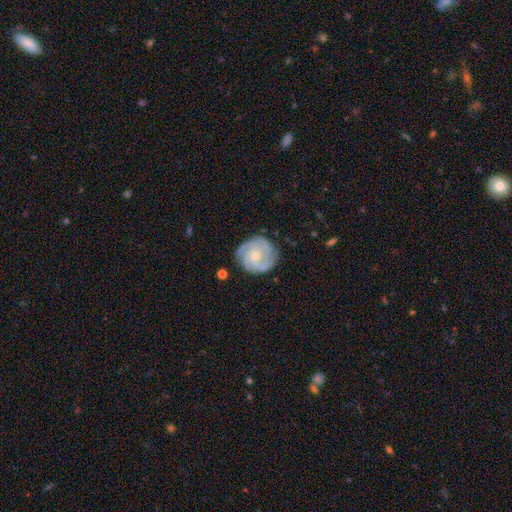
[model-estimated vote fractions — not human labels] Overall: featured or disk (88%). Edge-on disk: no (98%). Bar: no (72%). Spiral arms: yes (98%). Spiral arm count: 3 (39%; 4 25%). Spiral winding: tight (74%). Bulge size: small (60%; moderate 36%). Merging: none (80%).